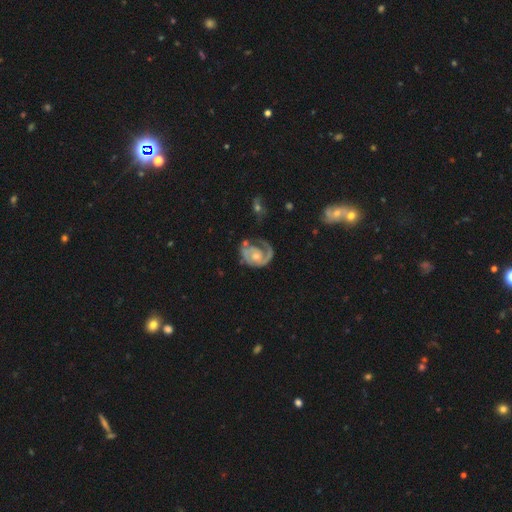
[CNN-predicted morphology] This appears to be a featured or disk galaxy (86%) with no bar (70%), 1 (52%) tight (49%) spiral arms (95%) and a moderate central bulge (56%). Merging: none (50%).